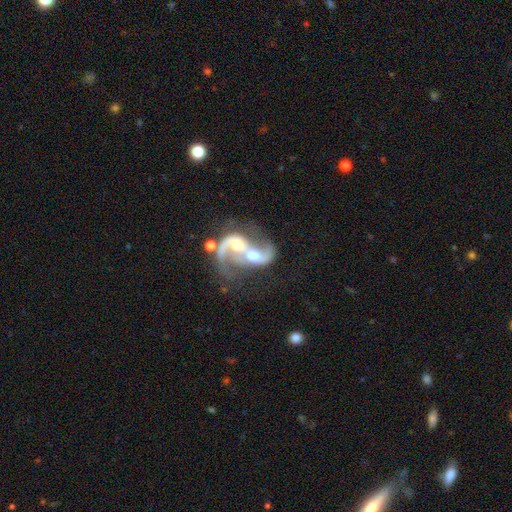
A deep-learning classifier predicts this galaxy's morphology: type=featured or disk (80%); edge-on=no (97%); bar=no (51%); spiral arms=yes (81%); winding=loose (55%); arm count=2 (69%); bulge=moderate (59%); merging=merger (70%).